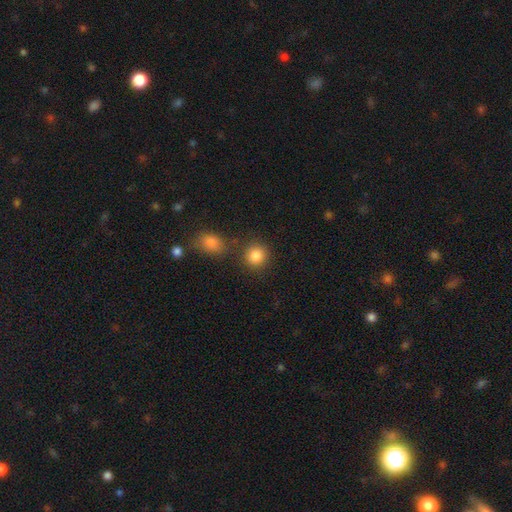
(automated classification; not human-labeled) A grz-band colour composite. It shows a smooth galaxy with no disk features (85%) that is round (85%). Merging: none (77%).